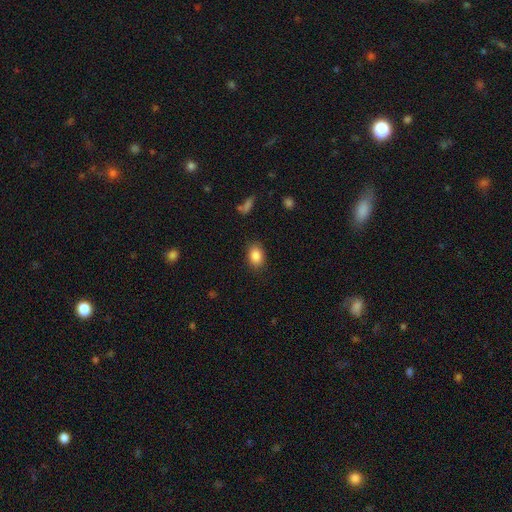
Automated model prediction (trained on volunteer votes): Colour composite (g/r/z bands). It shows a smooth galaxy with no disk features (87%) that is in between round and cigar-shaped (80%). Merging: none (85%).